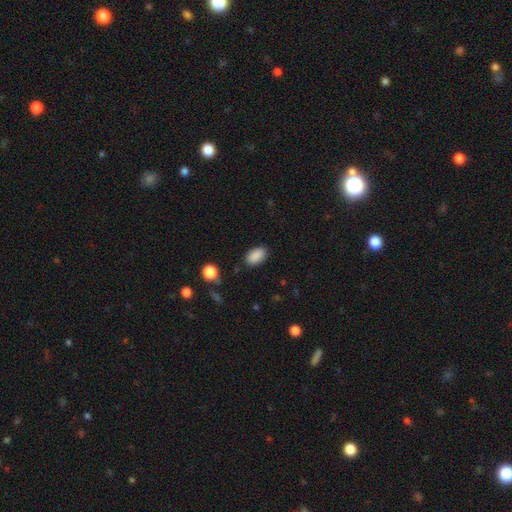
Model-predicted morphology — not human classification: The model was most divided on "merging": none: 85%, minor disturbance: 11%, major disturbance: 3%, merger: 2%. More confident: how rounded — in between (92%); smooth or featured — smooth (88%).